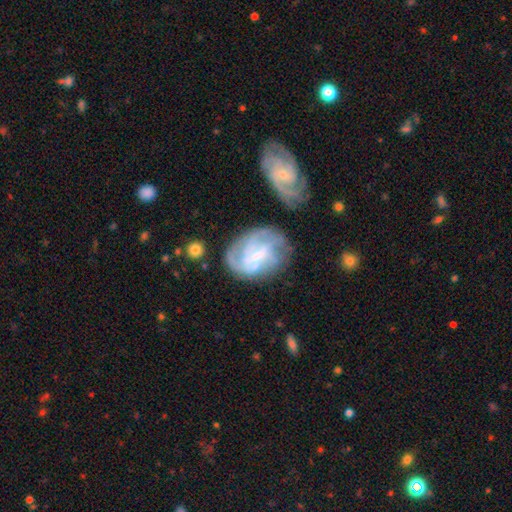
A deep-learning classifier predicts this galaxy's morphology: smooth-or-featured: featured or disk: 71% | smooth: 21% | star or artifact: 8%
  disk-edge-on: no: 96% | yes: 4%
    bar: weak: 46% | no: 39% | strong: 15%
    has-spiral-arms: yes: 78% | no: 22%
      spiral-winding: tight: 46% | medium: 36% | loose: 18%
      spiral-arm-count: can't tell: 46% | 3: 18% | 2: 17% | 4: 10% | 1: 5% | more than 4: 4%
    bulge-size: small: 60% | moderate: 24% | none: 13% | large: 2% | dominant: 1%
  merging: none: 51% | minor disturbance: 22% | major disturbance: 16% | merger: 10%